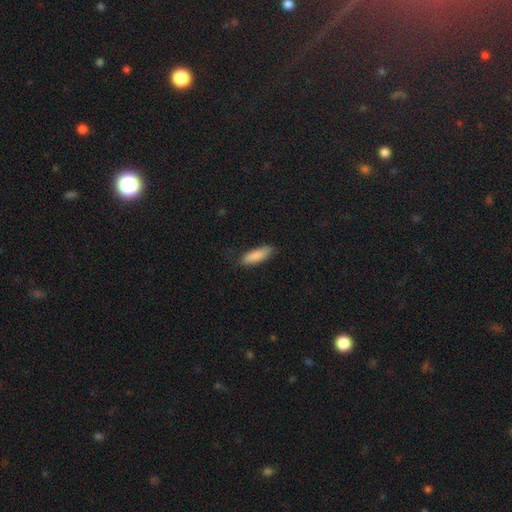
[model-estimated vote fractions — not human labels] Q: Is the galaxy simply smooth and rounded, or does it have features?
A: smooth — 87%.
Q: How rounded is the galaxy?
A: cigar-shaped — 54%.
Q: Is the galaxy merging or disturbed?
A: none — 80%.